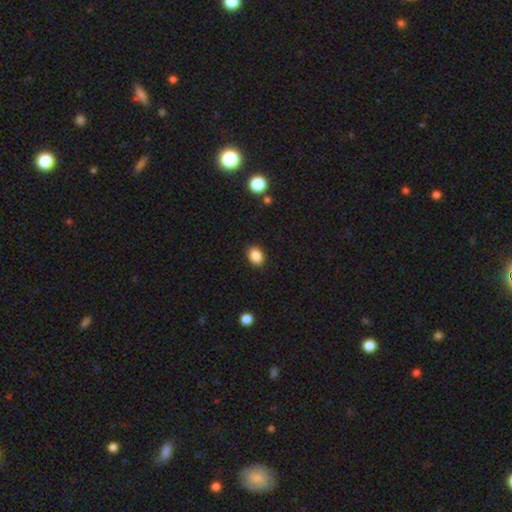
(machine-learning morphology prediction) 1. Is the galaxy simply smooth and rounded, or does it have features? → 87% smooth, 9% star or artifact, 4% featured or disk.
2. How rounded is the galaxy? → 64% in between, 35% round, 1% cigar-shaped.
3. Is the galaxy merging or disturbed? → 89% none, 7% minor disturbance, 2% major disturbance, 1% merger.